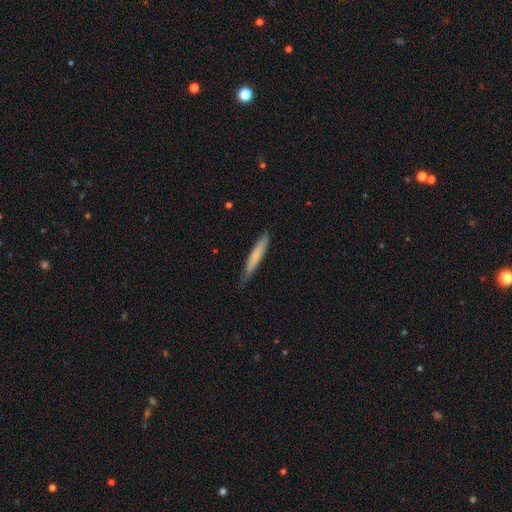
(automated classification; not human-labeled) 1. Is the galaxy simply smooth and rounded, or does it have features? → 71% smooth, 24% featured or disk, 5% star or artifact.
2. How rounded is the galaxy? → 93% cigar-shaped, 6% in between, 1% round.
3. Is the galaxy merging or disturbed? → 76% none, 20% minor disturbance, 3% major disturbance, 1% merger.